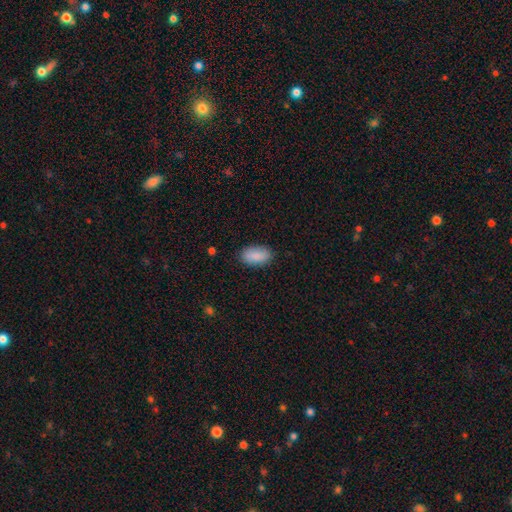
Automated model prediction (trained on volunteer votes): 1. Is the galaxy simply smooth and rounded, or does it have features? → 90% smooth, 7% star or artifact, 4% featured or disk.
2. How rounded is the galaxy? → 94% in between, 4% round, 3% cigar-shaped.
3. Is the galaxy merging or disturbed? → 85% none, 11% minor disturbance, 3% major disturbance, 1% merger.